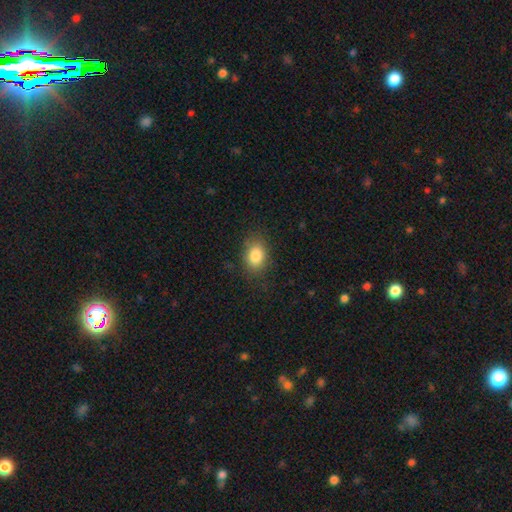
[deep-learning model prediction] This appears to be a smooth galaxy with no disk features (84%) that is in between round and cigar-shaped (75%). Merging: none (81%).